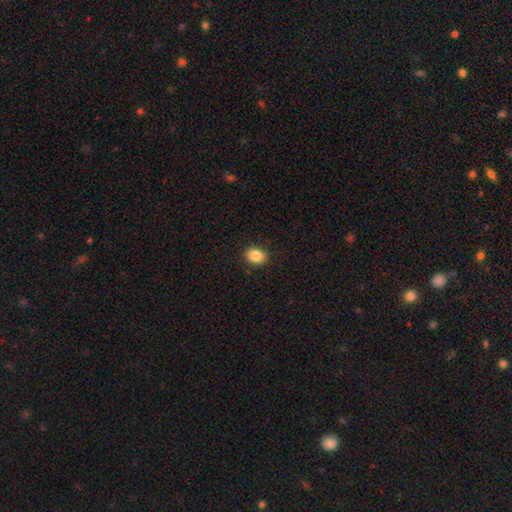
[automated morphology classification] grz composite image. It shows a smooth galaxy with no disk features (86%) that is in between round and cigar-shaped (54%). Merging: none (90%).